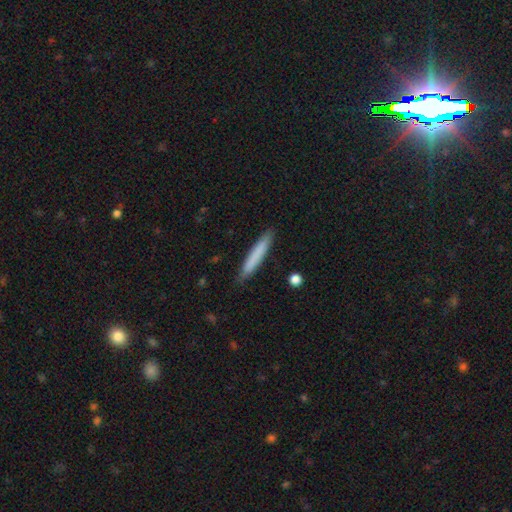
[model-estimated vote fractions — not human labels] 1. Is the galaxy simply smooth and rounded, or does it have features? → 77% smooth, 17% featured or disk, 6% star or artifact.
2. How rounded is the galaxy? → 94% cigar-shaped, 5% in between, 1% round.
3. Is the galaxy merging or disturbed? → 88% none, 9% minor disturbance, 2% major disturbance, 1% merger.